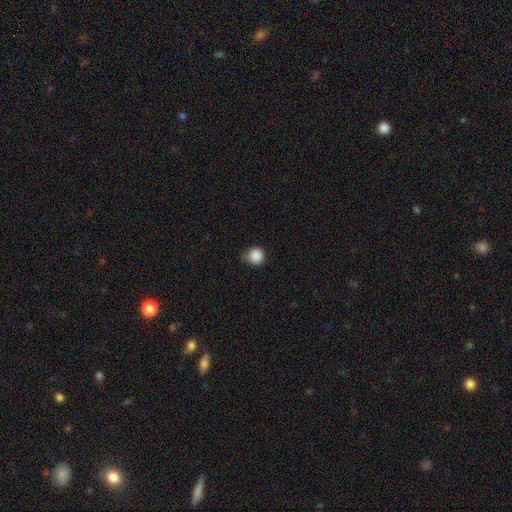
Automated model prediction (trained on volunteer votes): smooth-or-featured: smooth: 88% | star or artifact: 9% | featured or disk: 3%
  how-rounded: round: 93% | in between: 6% | cigar-shaped: 1%
  merging: none: 69% | minor disturbance: 25% | major disturbance: 4% | merger: 2%